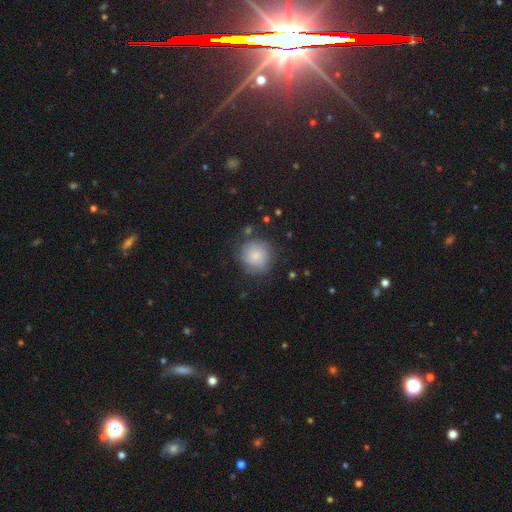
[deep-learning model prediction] A smooth galaxy with no disk features (74%) that is round (92%).

Vote fractions:
- Smooth or featured? smooth: 74% / featured or disk: 18% / star or artifact: 8%
- How rounded? round: 92% / in between: 7% / cigar-shaped: 1%
- Merging? none: 75% / minor disturbance: 17% / major disturbance: 6% / merger: 2%